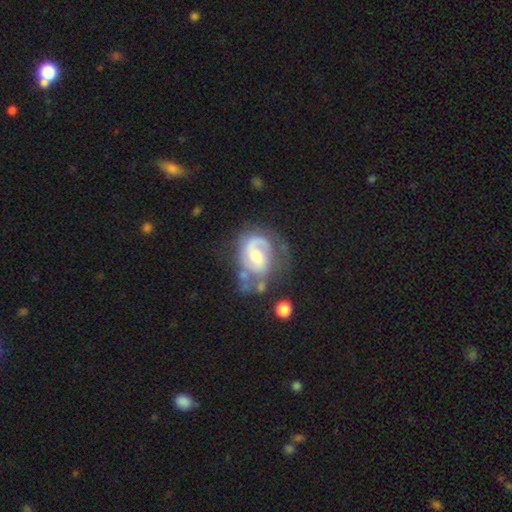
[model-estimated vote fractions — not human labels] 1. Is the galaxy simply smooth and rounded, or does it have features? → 79% featured or disk, 16% smooth, 6% star or artifact.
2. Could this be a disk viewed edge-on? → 98% no, 2% yes.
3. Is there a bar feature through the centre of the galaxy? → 46% weak, 42% no, 12% strong.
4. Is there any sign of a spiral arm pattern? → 89% yes, 11% no.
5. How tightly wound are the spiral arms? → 44% medium, 34% tight, 23% loose.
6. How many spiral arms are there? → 49% 2, 35% 1, 11% can't tell, 2% 3, 1% 4, 1% more than 4.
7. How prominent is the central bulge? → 60% moderate, 30% small, 6% large, 2% none, 1% dominant.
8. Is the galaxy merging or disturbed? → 46% none, 24% minor disturbance, 22% major disturbance, 8% merger.